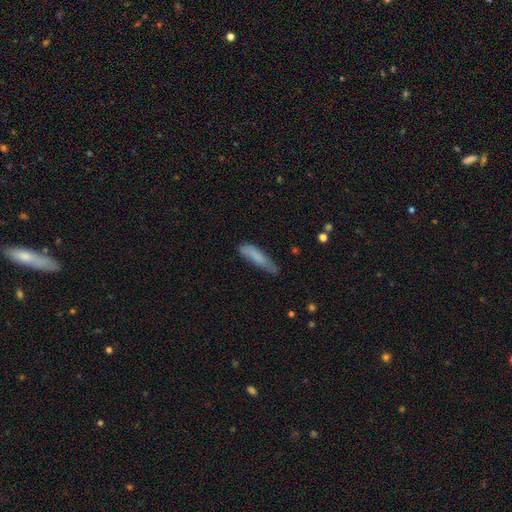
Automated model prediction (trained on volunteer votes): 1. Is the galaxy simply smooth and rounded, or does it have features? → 77% smooth, 17% featured or disk, 7% star or artifact.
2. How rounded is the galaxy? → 77% cigar-shaped, 22% in between, 1% round.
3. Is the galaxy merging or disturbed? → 54% none, 33% minor disturbance, 10% major disturbance, 3% merger.